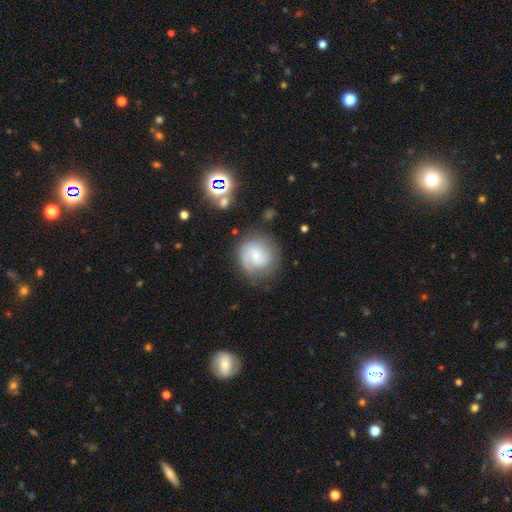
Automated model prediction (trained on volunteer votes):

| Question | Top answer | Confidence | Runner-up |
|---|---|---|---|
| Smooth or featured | featured or disk | 62% | smooth (30%) |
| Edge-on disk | no | 98% | yes (2%) |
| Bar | no | 50% | weak (43%) |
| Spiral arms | yes | 91% | no (9%) |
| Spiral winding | tight | 46% | medium (39%) |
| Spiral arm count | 2 | 56% | can't tell (19%) |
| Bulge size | small | 64% | moderate (26%) |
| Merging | none | 72% | minor disturbance (17%) |